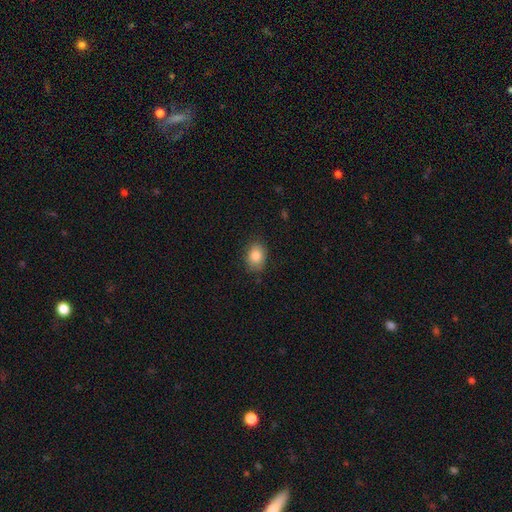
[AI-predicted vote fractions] A smooth galaxy with no disk features (85%) that is in between round and cigar-shaped (66%). Merging: none (81%).